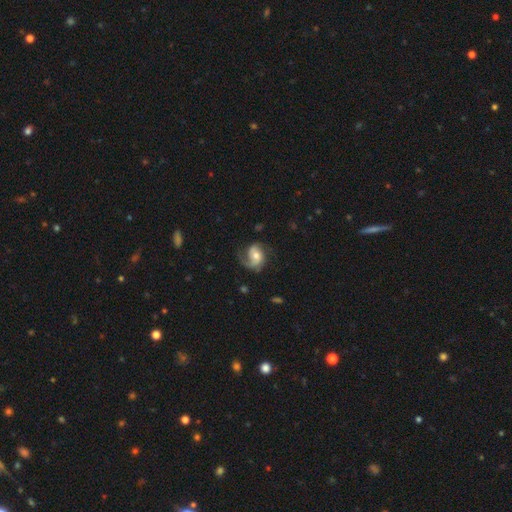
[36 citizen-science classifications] Smooth or featured: featured or disk — 94% (smooth — 6%)
Edge-on disk: no — 97% (yes — 3%)
Bar: no — 73% (weak — 21%)
Spiral arms: yes — 100%
Spiral winding: loose — 52% (medium — 36%)
Spiral arm count: 2 — 79% (1 — 18%)
Bulge size: moderate — 52% (small — 45%)
Merging: none — 81% (minor disturbance — 11%)